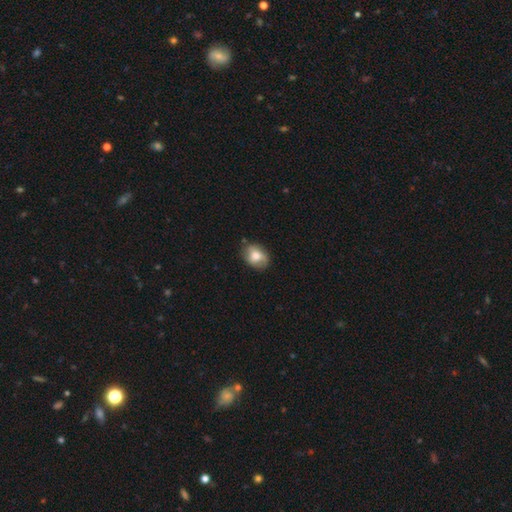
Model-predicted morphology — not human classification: smooth_or_featured: smooth (p=0.73) [alt: featured or disk p=0.19]
how_rounded: in between (p=0.66) [alt: round p=0.32]
merging: none (p=0.74) [alt: minor disturbance p=0.20]